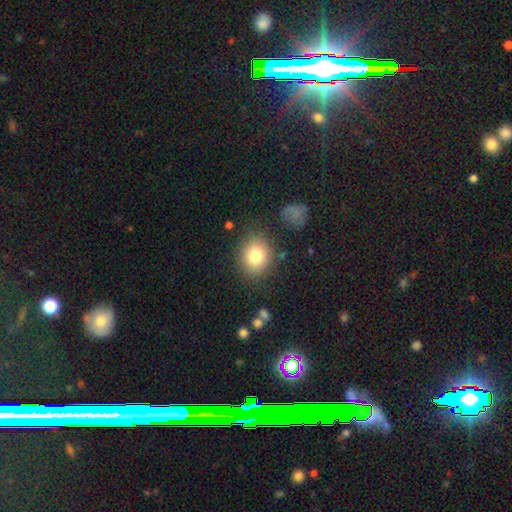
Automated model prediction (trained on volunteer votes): A smooth galaxy with no disk features (80%) that is round (70%). Merging: none (83%).